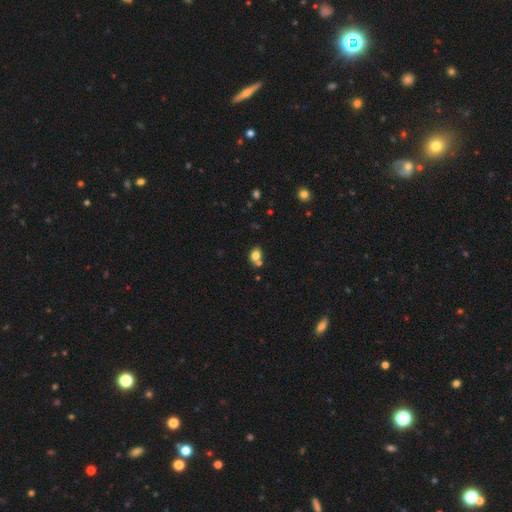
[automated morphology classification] smooth 79%, star or artifact 12%, featured or disk 9%. Down the decision tree: how rounded — in between (59%); merging — none (57%).